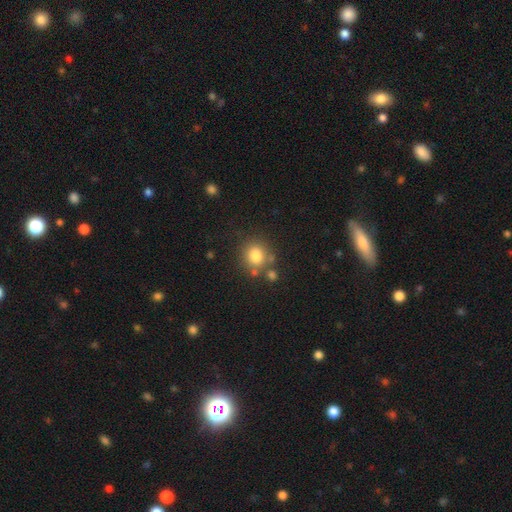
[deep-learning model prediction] Smooth or featured? Predicted: smooth (p=0.79). How rounded? Predicted: round (p=0.83). Merging? Predicted: none (p=0.72).